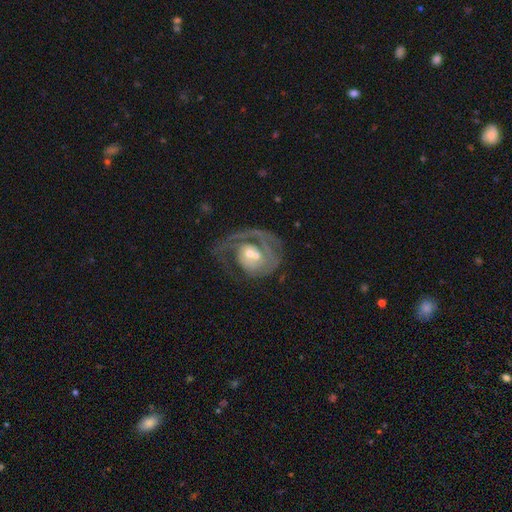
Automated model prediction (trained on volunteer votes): A featured or disk galaxy (77%) with no bar (75%), 1 (47%) tight (43%) spiral arms (78%) and a moderate central bulge (49%).

Vote fractions:
- Smooth or featured? featured or disk: 77% / smooth: 17% / star or artifact: 6%
- Edge-on disk? no: 98% / yes: 2%
- Bar? no: 75% / weak: 20% / strong: 5%
- Spiral arms? yes: 78% / no: 22%
- Spiral winding? tight: 43% / medium: 33% / loose: 24%
- Spiral arm count? 1: 47% / 2: 24% / can't tell: 19% / 3: 5% / 4: 2% / more than 4: 2%
- Bulge size? moderate: 49% / small: 40% / large: 6% / none: 3% / dominant: 2%
- Merging? merger: 35% / major disturbance: 28% / none: 26% / minor disturbance: 12%